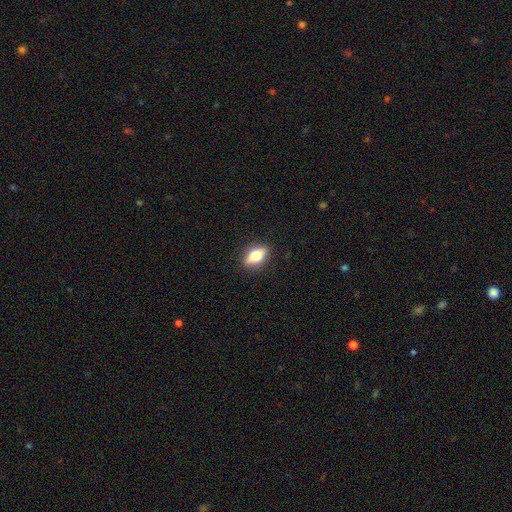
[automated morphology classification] Smooth or featured?
  - smooth: 61% *
  - featured or disk: 32%
  - star or artifact: 8%
How rounded?
  - in between: 77% *
  - cigar-shaped: 14%
  - round: 9%
Merging?
  - none: 88% *
  - minor disturbance: 9%
  - major disturbance: 2%
  - merger: 1%